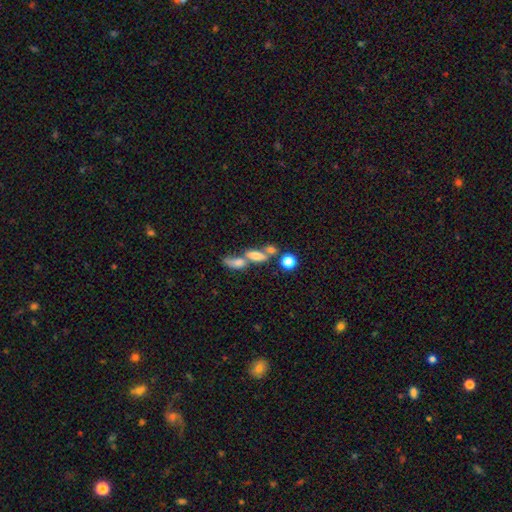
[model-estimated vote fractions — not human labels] smooth 64%, featured or disk 23%, star or artifact 14%. Down the decision tree: how rounded — in between (59%); merging — merger (52%).